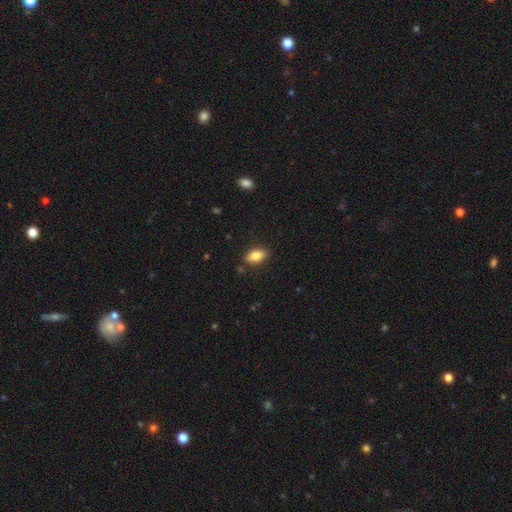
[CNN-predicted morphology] A smooth galaxy with no disk features (84%) that is in between round and cigar-shaped (89%).

Vote fractions:
- Smooth or featured? smooth: 84% / featured or disk: 8% / star or artifact: 8%
- How rounded? in between: 89% / cigar-shaped: 6% / round: 5%
- Merging? none: 85% / minor disturbance: 11% / major disturbance: 3% / merger: 2%